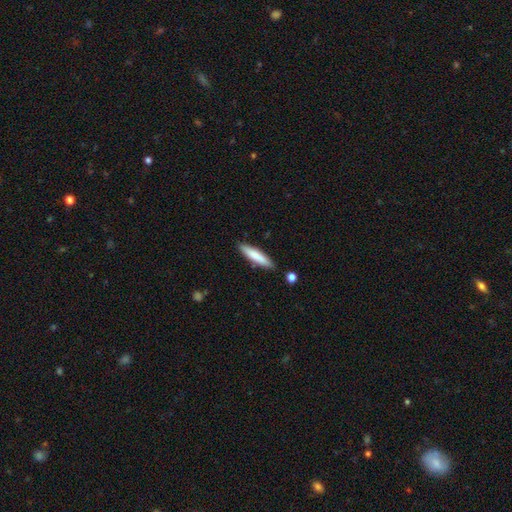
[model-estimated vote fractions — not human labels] Smooth or featured? smooth (78%)
How rounded? cigar-shaped (82%)
Merging? none (85%)